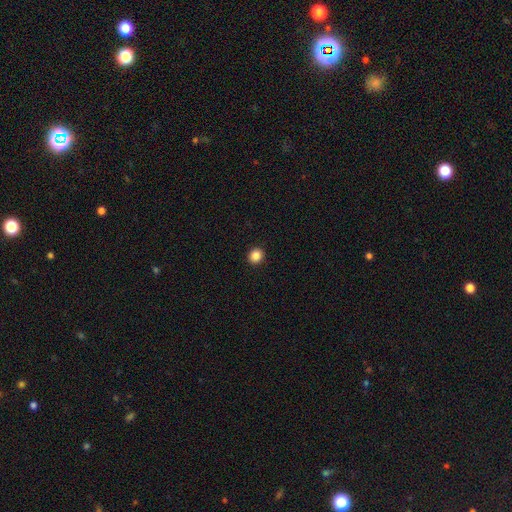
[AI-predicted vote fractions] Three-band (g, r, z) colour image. It shows a smooth galaxy with no disk features (86%) that is round (85%). Merging: none (93%).